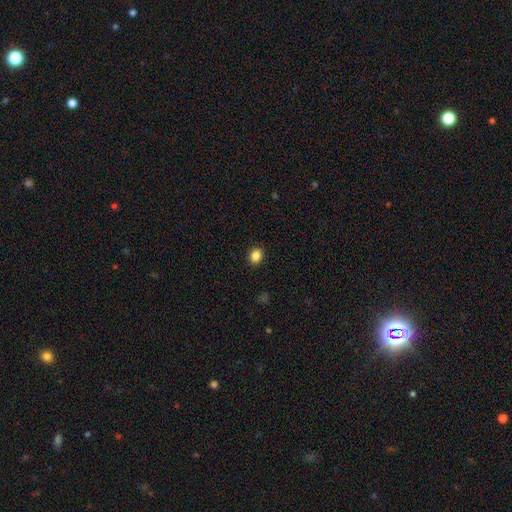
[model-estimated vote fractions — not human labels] Smooth or featured: smooth — 86% (star or artifact — 10%)
How rounded: round — 57% (in between — 42%)
Merging: none — 91% (minor disturbance — 6%)